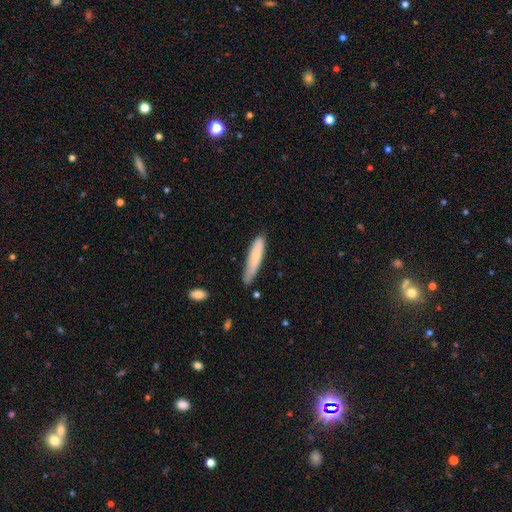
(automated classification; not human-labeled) A smooth galaxy with no disk features (75%) that is cigar-shaped (85%). Merging: none (70%).